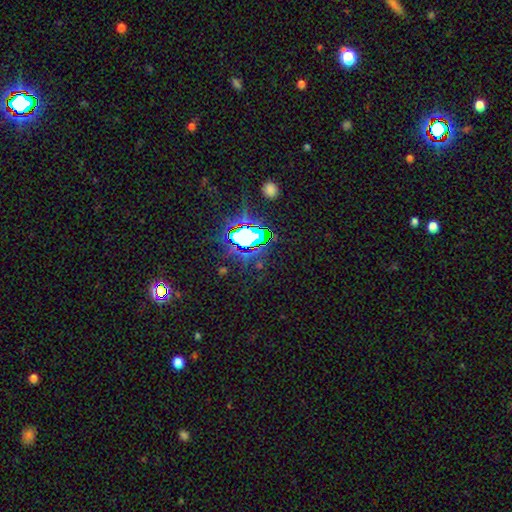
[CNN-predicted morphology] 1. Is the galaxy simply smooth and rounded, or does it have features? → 81% star or artifact, 11% smooth, 8% featured or disk.